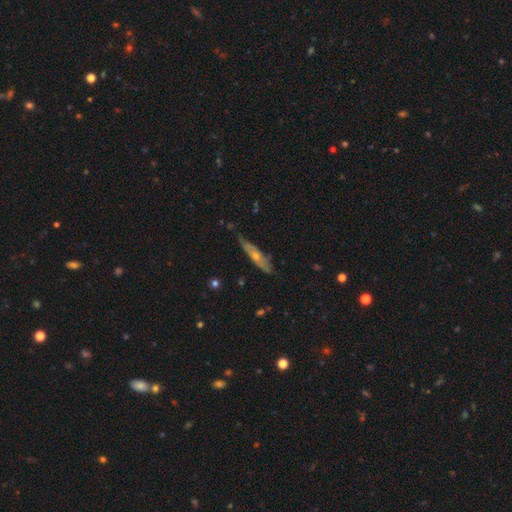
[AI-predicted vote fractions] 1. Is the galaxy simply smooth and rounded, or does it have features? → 61% featured or disk, 32% smooth, 7% star or artifact.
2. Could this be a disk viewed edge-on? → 63% yes, 37% no.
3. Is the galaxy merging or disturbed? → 74% none, 21% minor disturbance, 4% major disturbance, 2% merger.